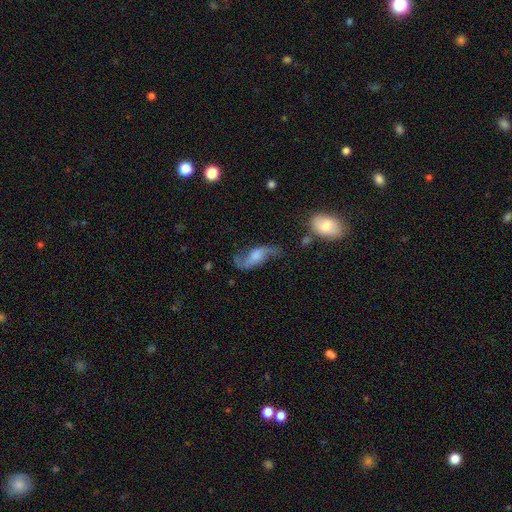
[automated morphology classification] This appears to be a featured or disk galaxy (76%) with no bar (48%), 2 (92%) loose (83%) spiral arms (93%) and a moderate central bulge (30%). Merging: none (61%).